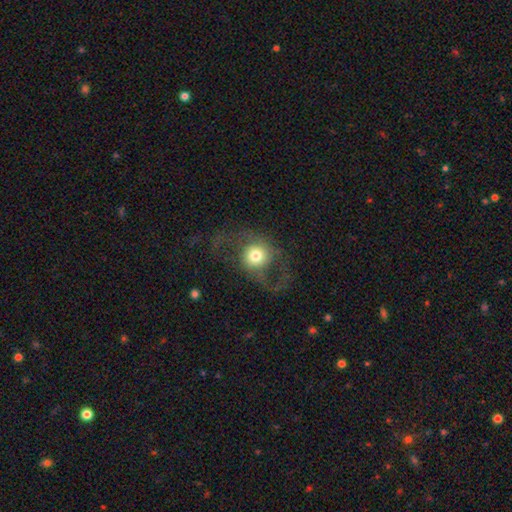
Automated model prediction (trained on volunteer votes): smooth_or_featured: smooth (p=0.46) [alt: featured or disk p=0.45]
merging: none (p=0.47) [alt: major disturbance p=0.36]